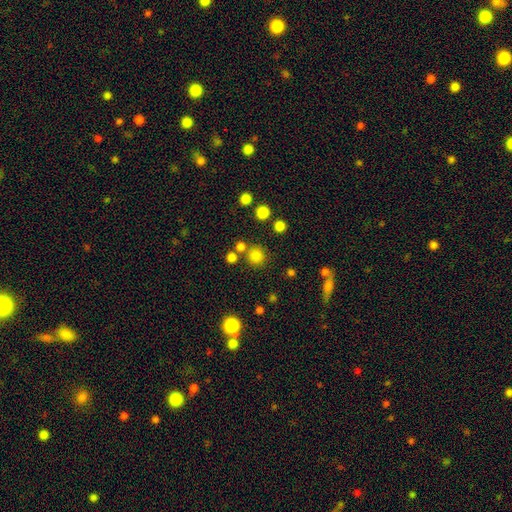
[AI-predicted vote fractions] smooth-or-featured: smooth: 80% | star or artifact: 15% | featured or disk: 5%
  how-rounded: round: 93% | in between: 6% | cigar-shaped: 1%
  merging: none: 79% | merger: 10% | minor disturbance: 7% | major disturbance: 3%